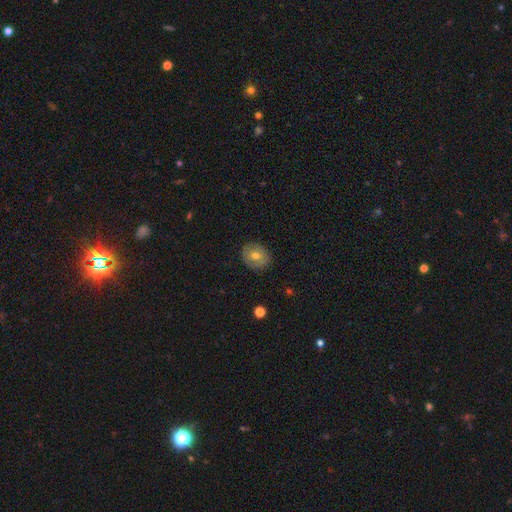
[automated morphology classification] Smooth or featured: smooth — 64% (featured or disk — 27%)
How rounded: round — 67% (in between — 32%)
Merging: none — 87% (minor disturbance — 10%)